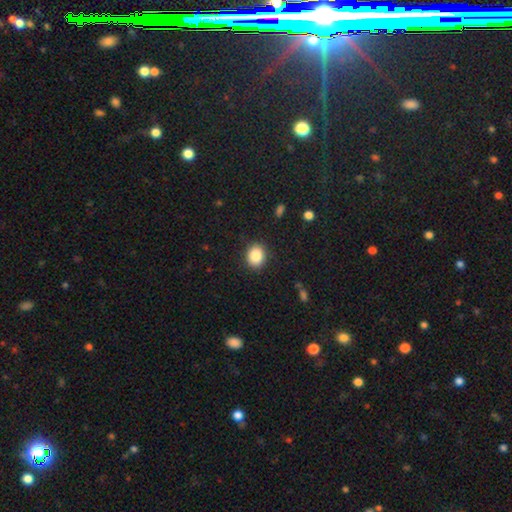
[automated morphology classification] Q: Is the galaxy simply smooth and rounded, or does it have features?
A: smooth — 86%.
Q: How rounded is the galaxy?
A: round — 58%.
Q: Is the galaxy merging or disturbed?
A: none — 89%.